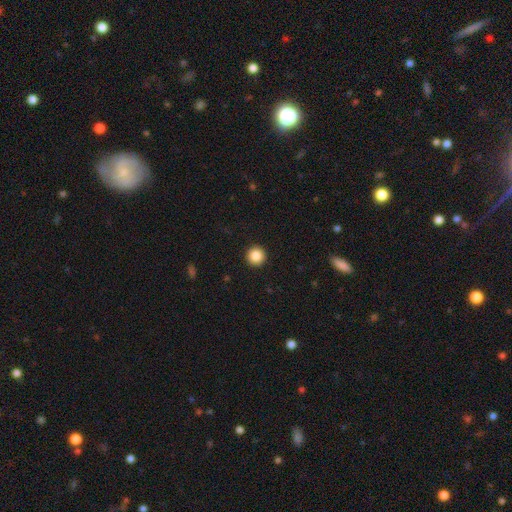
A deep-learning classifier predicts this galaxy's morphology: smooth-or-featured: smooth: 87% | star or artifact: 10% | featured or disk: 4%
  how-rounded: round: 96% | in between: 3% | cigar-shaped: 1%
  merging: none: 93% | minor disturbance: 4% | major disturbance: 2% | merger: 1%